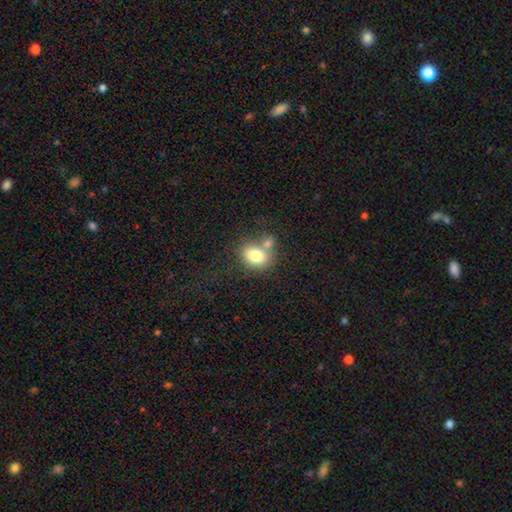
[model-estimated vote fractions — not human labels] A smooth galaxy with no disk features (78%) that is in between round and cigar-shaped (65%).

Vote fractions:
- Smooth or featured? smooth: 78% / featured or disk: 12% / star or artifact: 9%
- How rounded? in between: 65% / round: 34% / cigar-shaped: 1%
- Merging? none: 46% / merger: 35% / minor disturbance: 14% / major disturbance: 6%